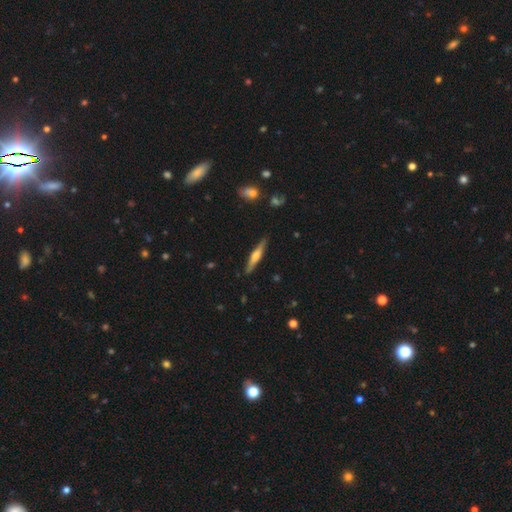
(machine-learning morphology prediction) A featured or disk galaxy (61%) viewed edge-on (97%) with a rounded central bulge (85%). Merging: none (88%).